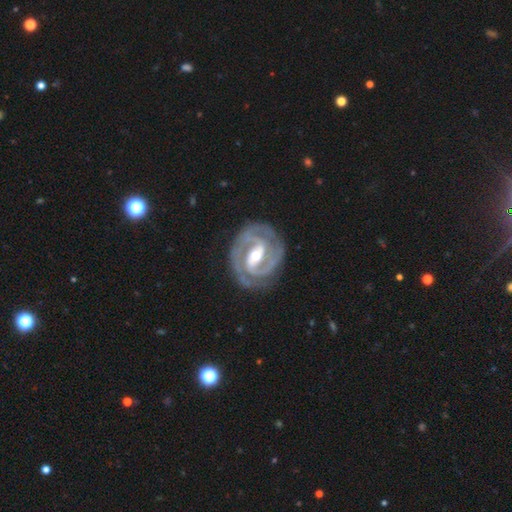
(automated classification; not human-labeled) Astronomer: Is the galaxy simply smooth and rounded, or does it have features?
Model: featured or disk — 91%.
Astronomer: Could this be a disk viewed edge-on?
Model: no — 97%.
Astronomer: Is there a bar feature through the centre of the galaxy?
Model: strong — 46% (runner-up: weak, 36%).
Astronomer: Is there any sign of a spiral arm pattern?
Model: yes — 97%.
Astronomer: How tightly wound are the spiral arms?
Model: tight — 65%.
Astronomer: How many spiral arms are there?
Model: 2 — 81%.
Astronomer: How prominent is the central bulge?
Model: moderate — 67%.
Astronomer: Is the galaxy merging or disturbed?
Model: none — 81%.